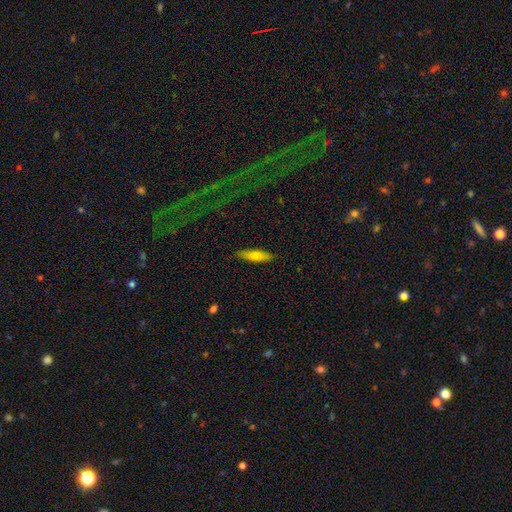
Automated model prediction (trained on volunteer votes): Overall: smooth (69%). How rounded: cigar-shaped (70%). Merging: none (86%).